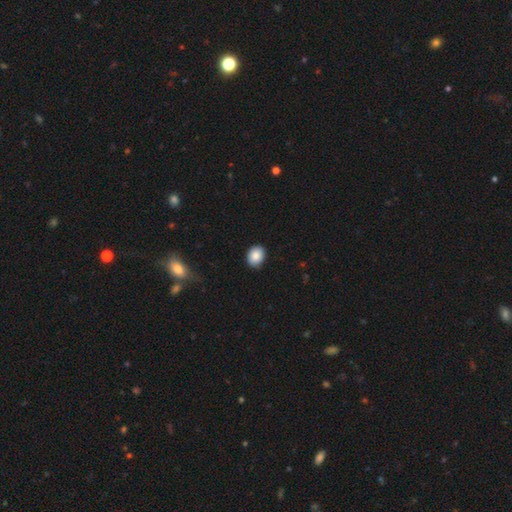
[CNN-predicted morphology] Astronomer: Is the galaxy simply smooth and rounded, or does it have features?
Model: smooth — 86%.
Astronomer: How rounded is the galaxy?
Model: round — 51% (runner-up: in between, 48%).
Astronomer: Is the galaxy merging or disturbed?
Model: none — 83%.